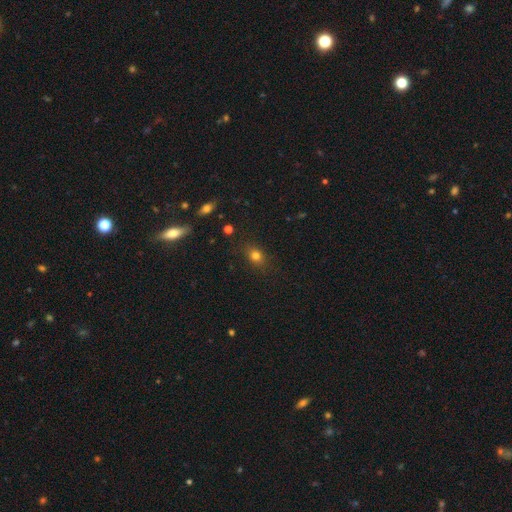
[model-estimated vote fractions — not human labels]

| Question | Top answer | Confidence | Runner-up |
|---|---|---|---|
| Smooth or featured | smooth | 77% | star or artifact (14%) |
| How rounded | in between | 52% | round (45%) |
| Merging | none | 84% | minor disturbance (12%) |